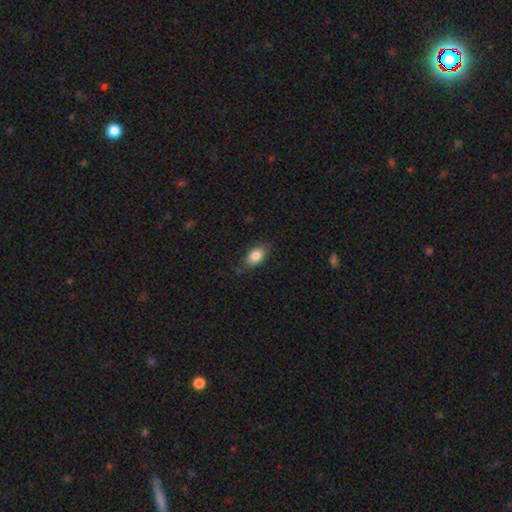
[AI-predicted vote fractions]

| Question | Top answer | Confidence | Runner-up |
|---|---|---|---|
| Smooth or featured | smooth | 84% | featured or disk (8%) |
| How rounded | in between | 87% | round (10%) |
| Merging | none | 76% | minor disturbance (18%) |